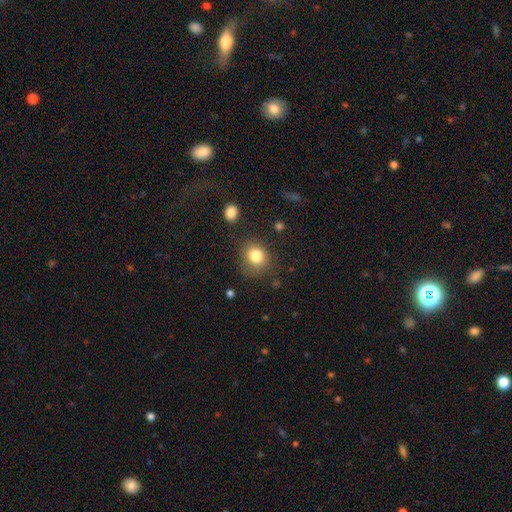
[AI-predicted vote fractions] Smooth or featured: smooth — 82% (star or artifact — 11%)
How rounded: round — 69% (in between — 30%)
Merging: none — 72% (minor disturbance — 18%)